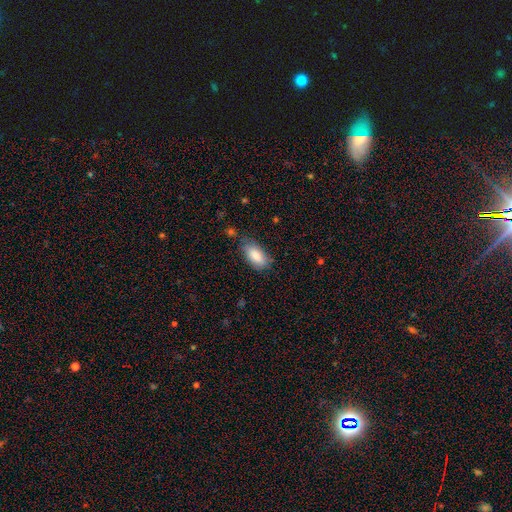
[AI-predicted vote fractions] Smooth or featured? smooth (87%)
How rounded? in between (92%)
Merging? none (70%)